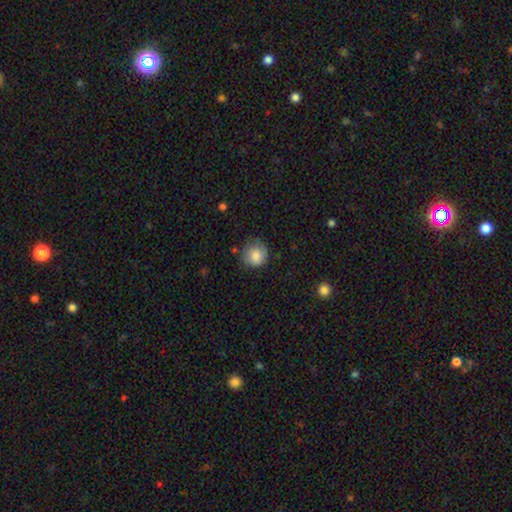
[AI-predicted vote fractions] Morphology: type=smooth (84%); roundness=round (88%); merging=none (70%).